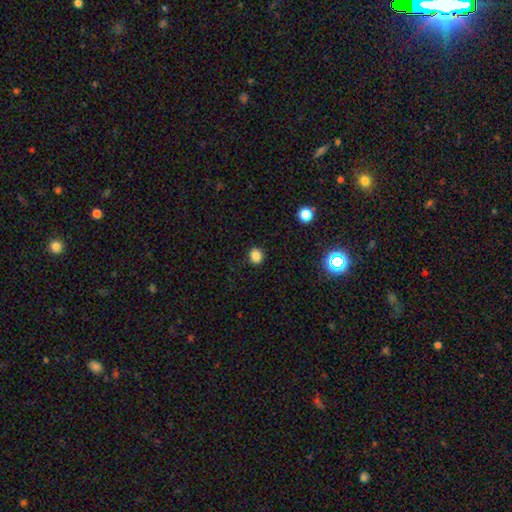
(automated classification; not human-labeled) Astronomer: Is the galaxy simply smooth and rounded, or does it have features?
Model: smooth — 83%.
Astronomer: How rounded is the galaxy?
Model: round — 76%.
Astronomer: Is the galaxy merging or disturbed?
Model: none — 88%.